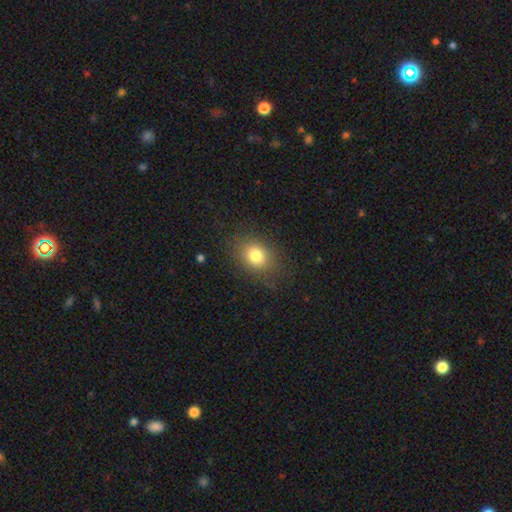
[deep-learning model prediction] Smooth or featured? Predicted: smooth (p=0.79). How rounded? Predicted: in between (p=0.53). Merging? Predicted: none (p=0.82).